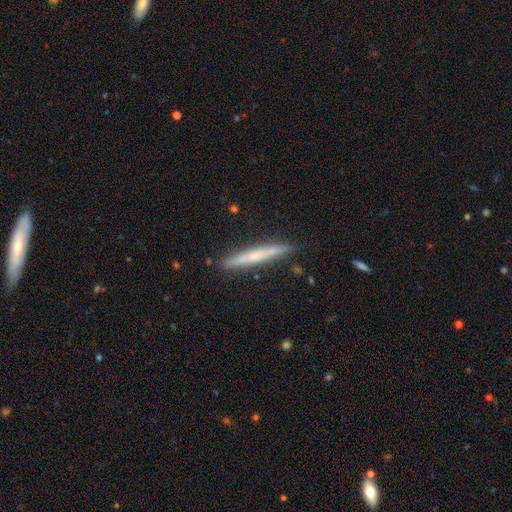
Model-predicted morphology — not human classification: type=smooth (49%); merging=none (89%).